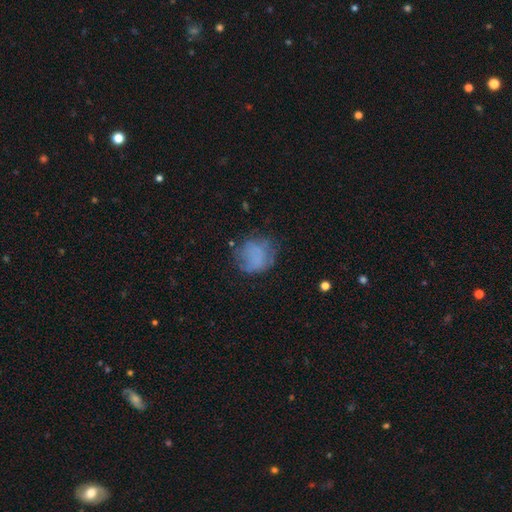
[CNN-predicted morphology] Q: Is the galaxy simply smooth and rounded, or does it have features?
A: smooth — 62%.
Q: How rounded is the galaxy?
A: round — 78%.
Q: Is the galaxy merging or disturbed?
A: none — 56%.